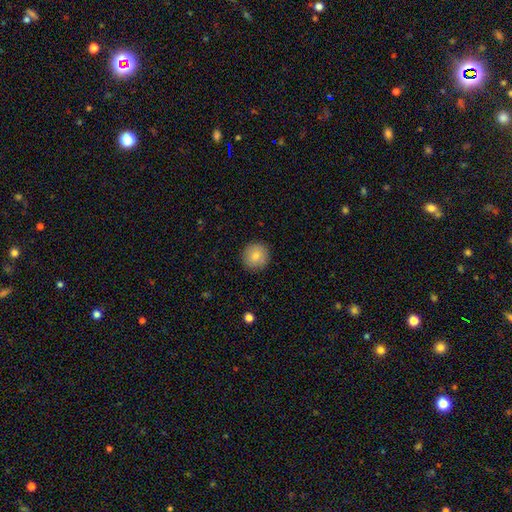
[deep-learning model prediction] Smooth or featured: smooth — 79% (featured or disk — 13%)
How rounded: round — 94% (in between — 5%)
Merging: none — 90% (minor disturbance — 7%)